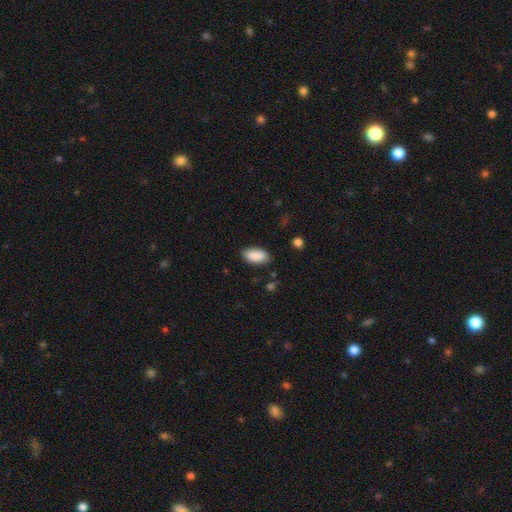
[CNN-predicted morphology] This is clearly a smooth galaxy (89%). How rounded: clearly in between (93%). Merging: clearly none (85%).